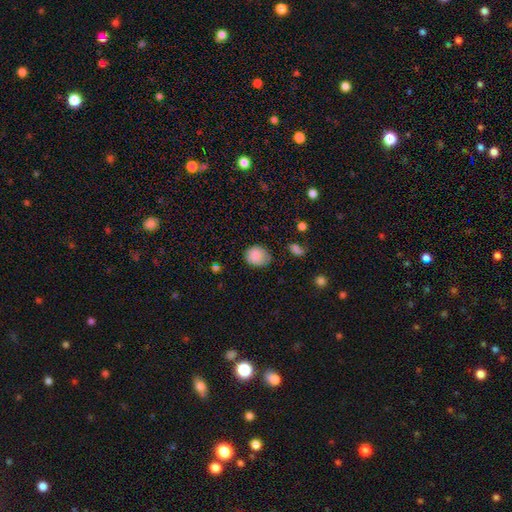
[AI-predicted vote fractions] Smooth or featured?
  - smooth: 87% *
  - star or artifact: 8%
  - featured or disk: 5%
How rounded?
  - round: 67% *
  - in between: 32%
  - cigar-shaped: 1%
Merging?
  - none: 71% *
  - minor disturbance: 23%
  - major disturbance: 5%
  - merger: 2%